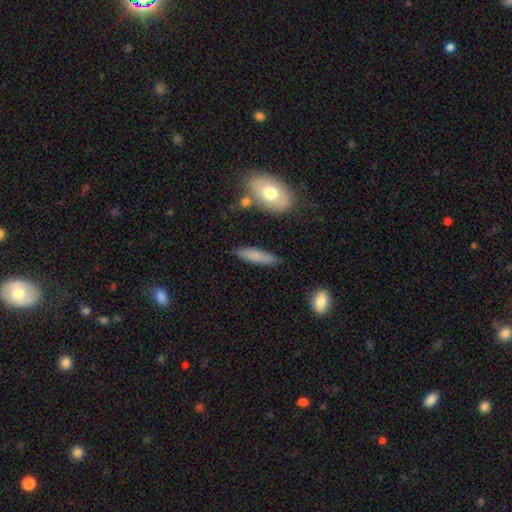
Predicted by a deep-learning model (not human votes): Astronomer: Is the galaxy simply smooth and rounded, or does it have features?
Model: smooth — 76%.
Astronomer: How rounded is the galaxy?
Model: cigar-shaped — 69%.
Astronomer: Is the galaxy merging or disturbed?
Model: none — 79%.